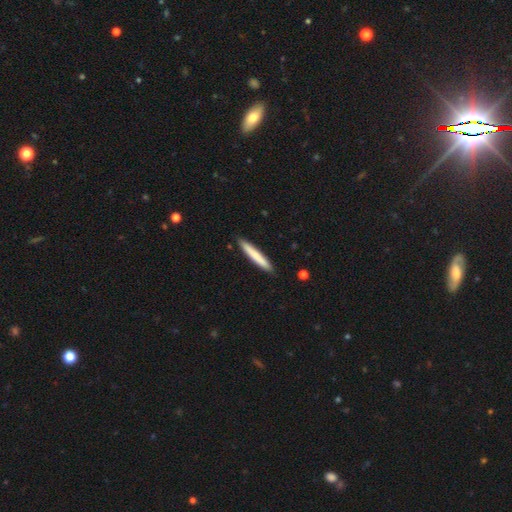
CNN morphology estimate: type=smooth (75%); roundness=cigar-shaped (95%); merging=none (90%).